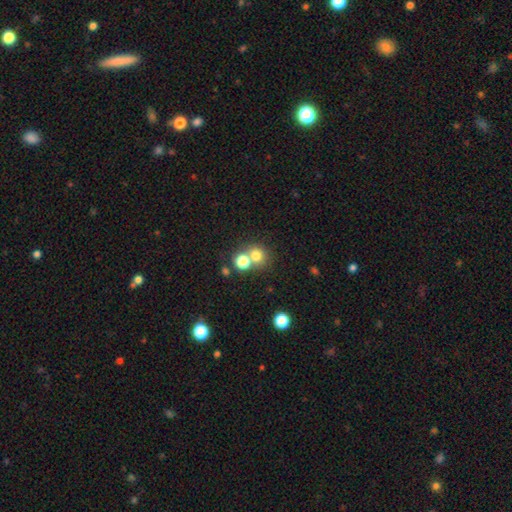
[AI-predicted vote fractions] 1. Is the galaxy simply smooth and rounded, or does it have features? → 75% smooth, 16% star or artifact, 10% featured or disk.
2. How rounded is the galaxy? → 84% round, 15% in between, 1% cigar-shaped.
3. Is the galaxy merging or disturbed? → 53% none, 37% merger, 7% minor disturbance, 3% major disturbance.